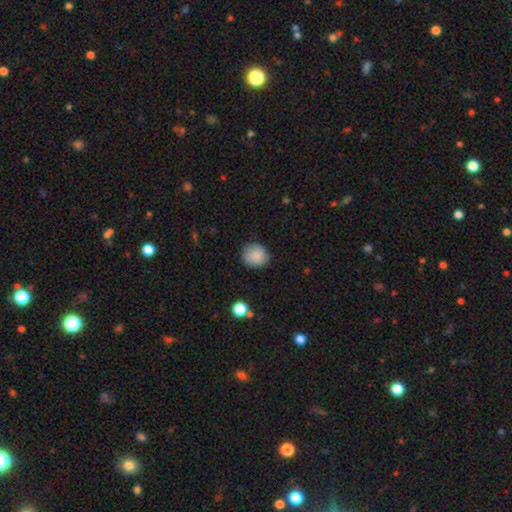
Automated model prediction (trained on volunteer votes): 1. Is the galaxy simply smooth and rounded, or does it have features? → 87% smooth, 8% star or artifact, 5% featured or disk.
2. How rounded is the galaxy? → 84% round, 15% in between, 1% cigar-shaped.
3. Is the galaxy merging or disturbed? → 83% none, 13% minor disturbance, 3% major disturbance, 1% merger.